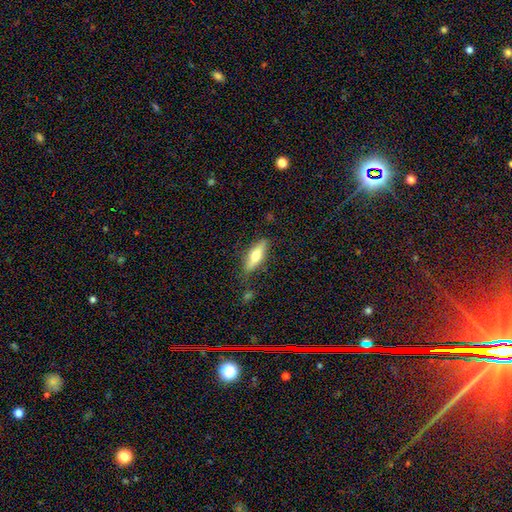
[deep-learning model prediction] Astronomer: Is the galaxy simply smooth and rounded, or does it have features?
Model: smooth — 61%.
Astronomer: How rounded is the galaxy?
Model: in between — 50% (runner-up: cigar-shaped, 48%).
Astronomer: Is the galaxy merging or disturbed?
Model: none — 78%.